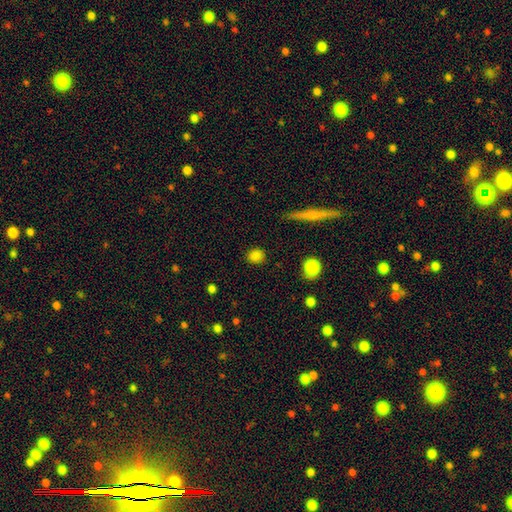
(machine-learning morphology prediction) smooth-or-featured: smooth: 83% | star or artifact: 13% | featured or disk: 5%
  how-rounded: round: 81% | in between: 17% | cigar-shaped: 2%
  merging: none: 88% | minor disturbance: 8% | major disturbance: 3% | merger: 2%